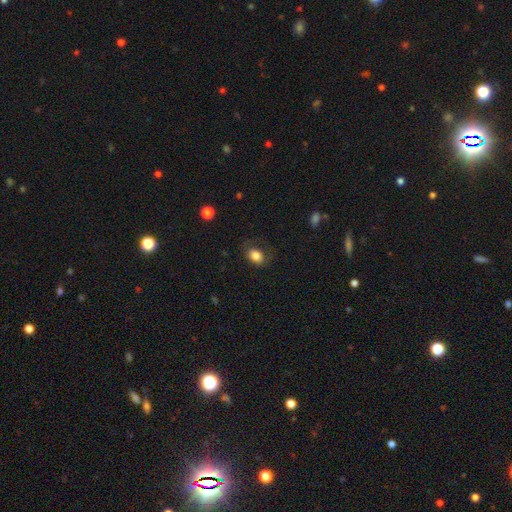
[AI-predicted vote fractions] The model was most divided on "how rounded": in between: 69%, round: 30%, cigar-shaped: 1%. More confident: smooth or featured — smooth (80%); merging — none (69%).